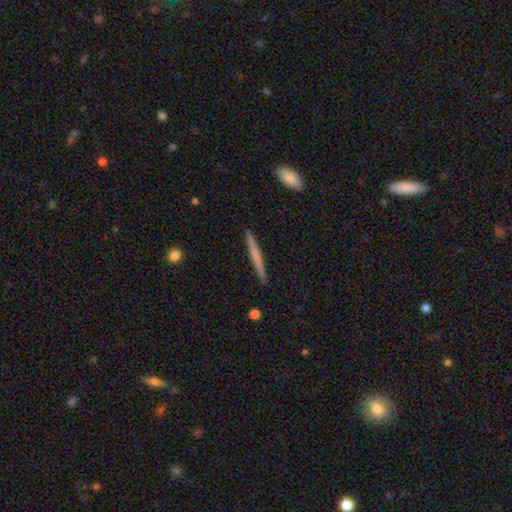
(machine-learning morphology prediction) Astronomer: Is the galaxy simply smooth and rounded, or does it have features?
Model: smooth — 55% (runner-up: featured or disk, 40%).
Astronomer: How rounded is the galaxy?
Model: cigar-shaped — 96%.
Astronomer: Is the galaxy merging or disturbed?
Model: none — 92%.